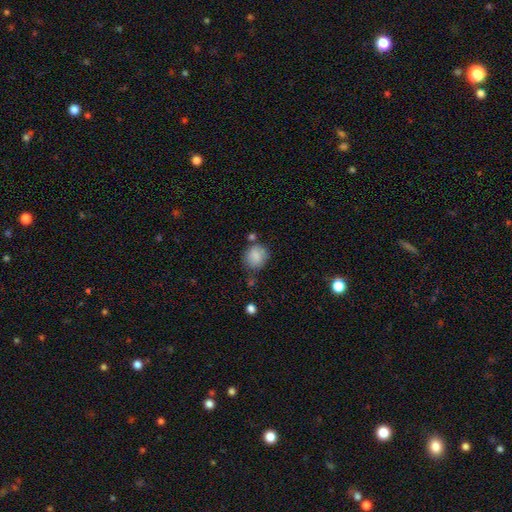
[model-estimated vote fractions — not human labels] smooth_or_featured: smooth (p=0.82) [alt: featured or disk p=0.10]
how_rounded: round (p=0.70) [alt: in between p=0.29]
merging: none (p=0.66) [alt: minor disturbance p=0.19]